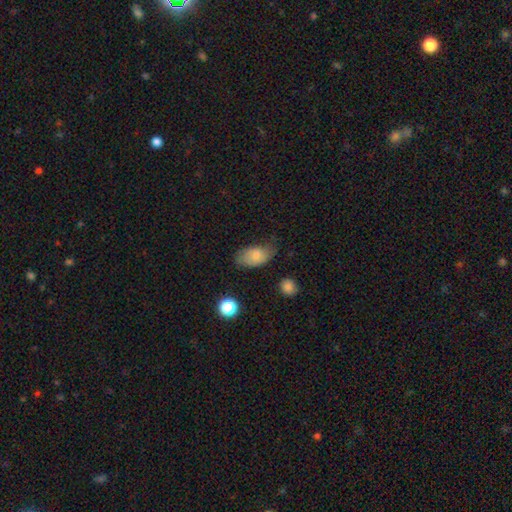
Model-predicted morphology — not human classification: Overall: smooth (78%). How rounded: in between (92%). Merging: none (56%; minor disturbance 32%).